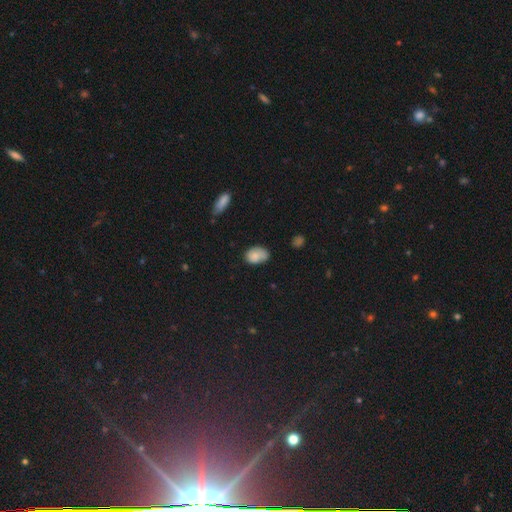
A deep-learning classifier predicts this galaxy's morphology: type=smooth (83%); roundness=in between (83%); merging=none (52%).